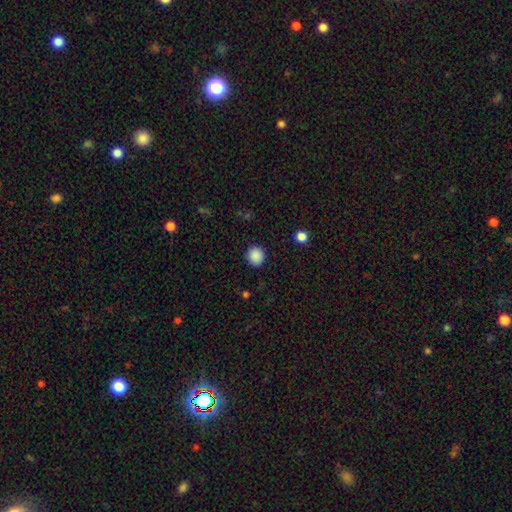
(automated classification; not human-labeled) smooth_or_featured: smooth (p=0.88) [alt: star or artifact p=0.09]
how_rounded: round (p=0.90) [alt: in between p=0.09]
merging: none (p=0.91) [alt: minor disturbance p=0.06]